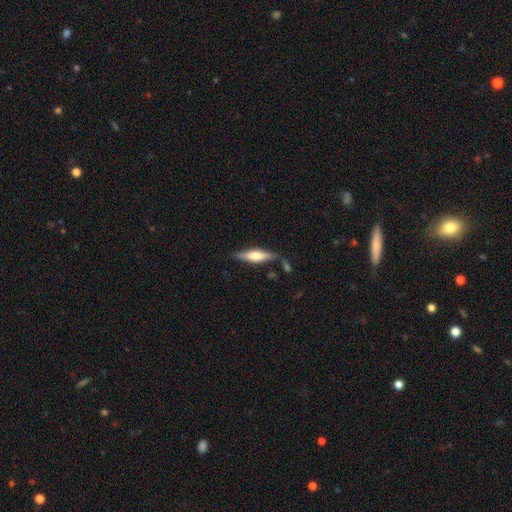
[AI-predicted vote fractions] Q: Smooth or featured?
A: featured or disk (53%); runner-up: smooth (42%)
Q: Edge-on disk?
A: yes (94%); runner-up: no (6%)
Q: Merging?
A: none (74%); runner-up: minor disturbance (15%)